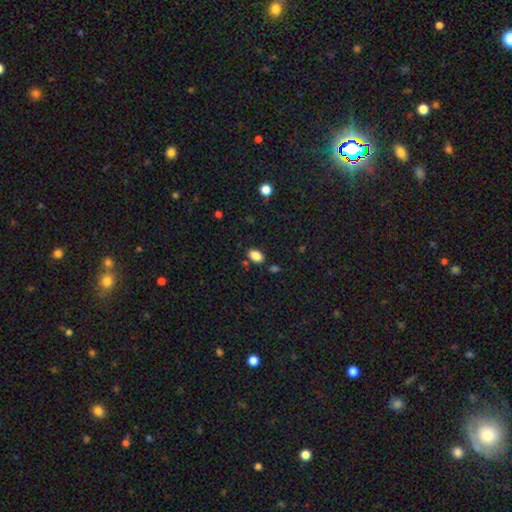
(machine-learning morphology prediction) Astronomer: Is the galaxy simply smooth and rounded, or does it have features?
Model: smooth — 86%.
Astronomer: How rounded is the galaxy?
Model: in between — 89%.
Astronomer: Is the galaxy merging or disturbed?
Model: none — 82%.